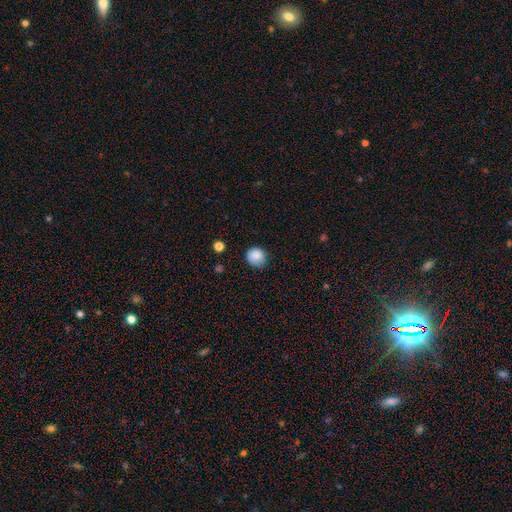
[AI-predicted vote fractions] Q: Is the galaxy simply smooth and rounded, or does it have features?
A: smooth — 87%.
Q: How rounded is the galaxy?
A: round — 86%.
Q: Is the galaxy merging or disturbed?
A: none — 78%.